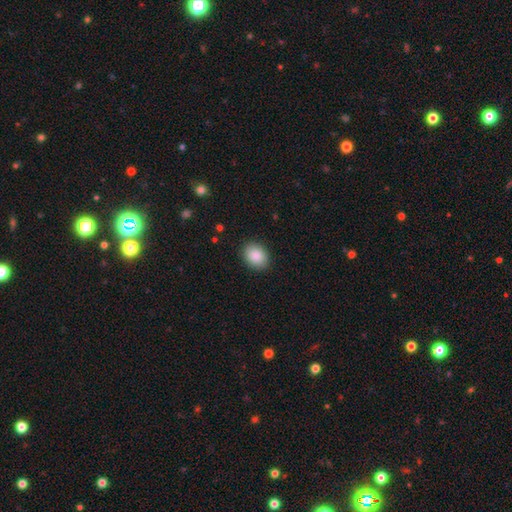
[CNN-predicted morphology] Smooth or featured: smooth — 87% (star or artifact — 7%)
How rounded: in between — 57% (round — 43%)
Merging: none — 89% (minor disturbance — 8%)